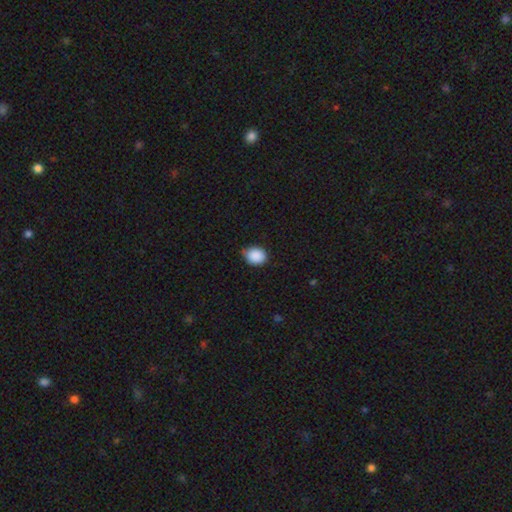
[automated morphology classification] A smooth galaxy with no disk features (89%) that is round (59%). Merging: none (76%).